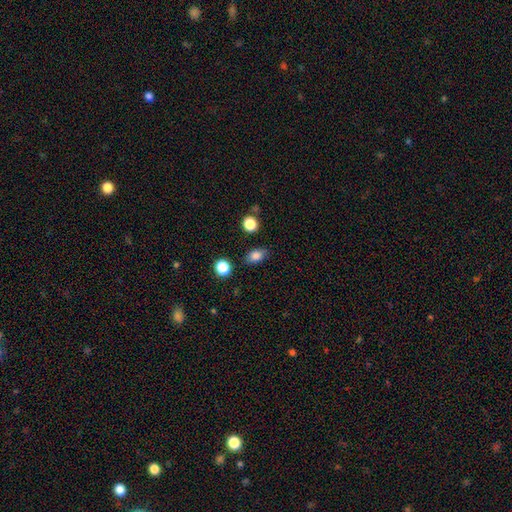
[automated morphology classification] A smooth galaxy with no disk features (83%) that is in between round and cigar-shaped (78%). Merging: none (83%).